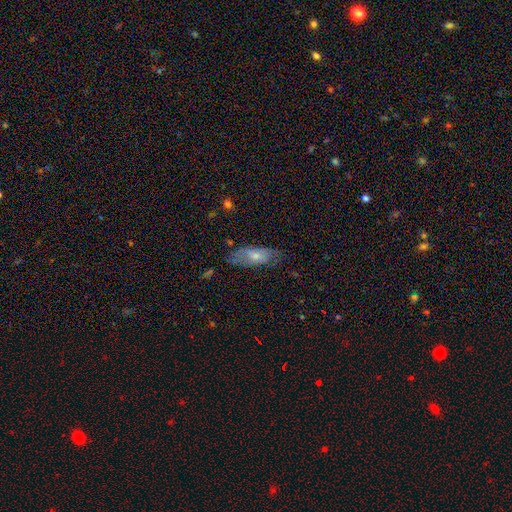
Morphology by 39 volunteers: Smooth or featured? 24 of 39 (62%) said featured or disk. Edge-on disk? 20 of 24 (83%) said no. Bar? 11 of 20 (55%) said no. Spiral arms? 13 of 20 (65%) said yes. Spiral winding? 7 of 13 (54%) said tight. Spiral arm count? 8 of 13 (62%) said can't tell. Bulge size? 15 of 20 (75%) said moderate. Merging? 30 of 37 (81%) said none.